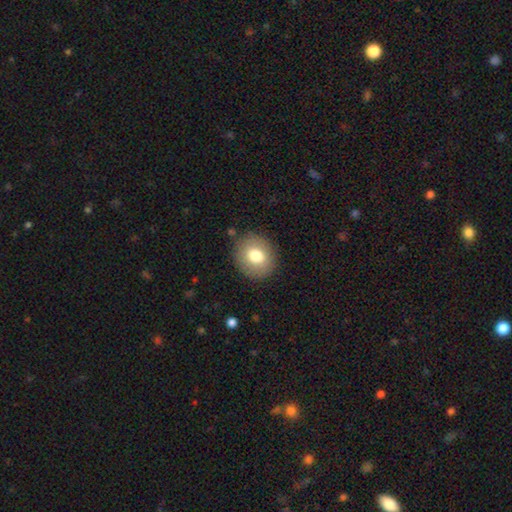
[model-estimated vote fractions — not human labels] smooth 75%, featured or disk 16%, star or artifact 9%. Down the decision tree: how rounded — round (73%); merging — none (86%).